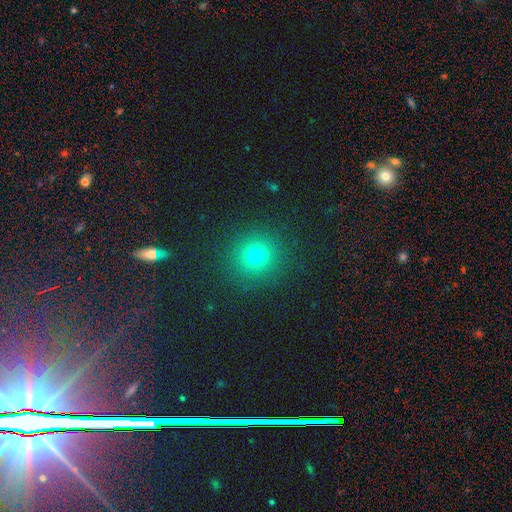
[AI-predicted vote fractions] smooth_or_featured: smooth (p=0.73) [alt: star or artifact p=0.19]
how_rounded: round (p=0.91) [alt: in between p=0.08]
merging: none (p=0.90) [alt: minor disturbance p=0.06]